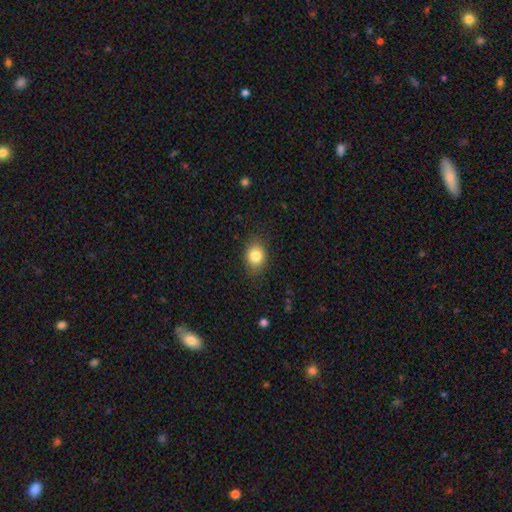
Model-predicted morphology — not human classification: smooth 82%, star or artifact 10%, featured or disk 8%. Down the decision tree: how rounded — round (51%); merging — none (84%).